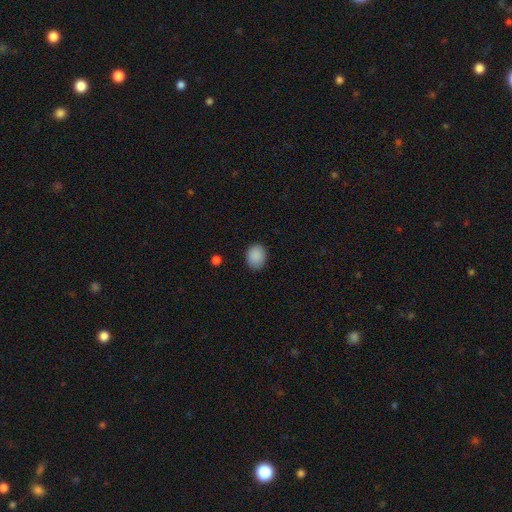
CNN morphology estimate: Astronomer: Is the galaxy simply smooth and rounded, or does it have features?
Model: smooth — 89%.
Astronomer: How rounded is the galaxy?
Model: in between — 51% (runner-up: round, 48%).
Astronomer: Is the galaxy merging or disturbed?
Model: none — 88%.